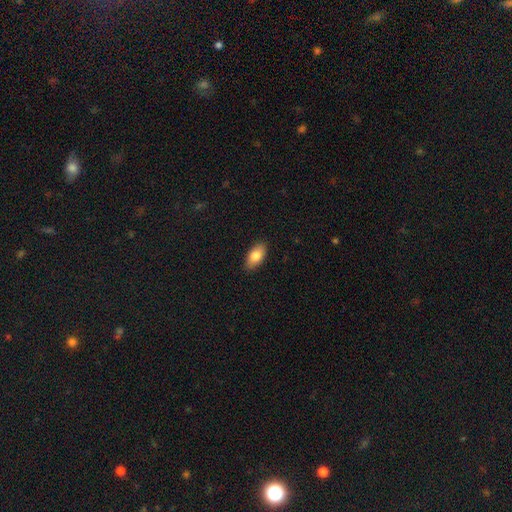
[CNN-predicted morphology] Smooth or featured: smooth — 82% (featured or disk — 11%)
How rounded: in between — 92% (cigar-shaped — 4%)
Merging: none — 87% (minor disturbance — 10%)